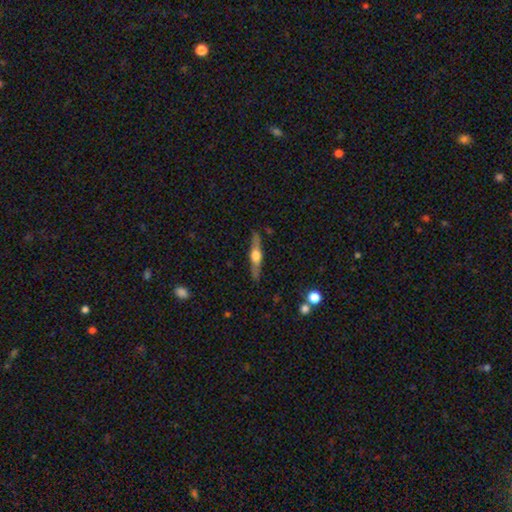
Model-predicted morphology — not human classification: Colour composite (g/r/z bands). It shows a featured or disk galaxy (66%) viewed edge-on (96%) with a rounded central bulge (91%). Merging: none (87%).